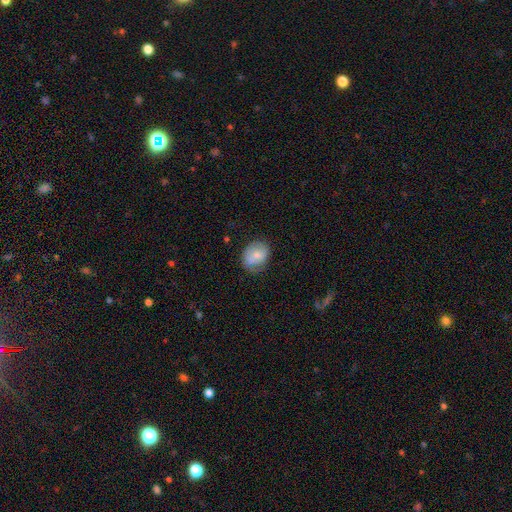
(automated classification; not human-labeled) This appears to be a smooth galaxy with no disk features (69%) that is in between round and cigar-shaped (53%). Merging: none (61%).